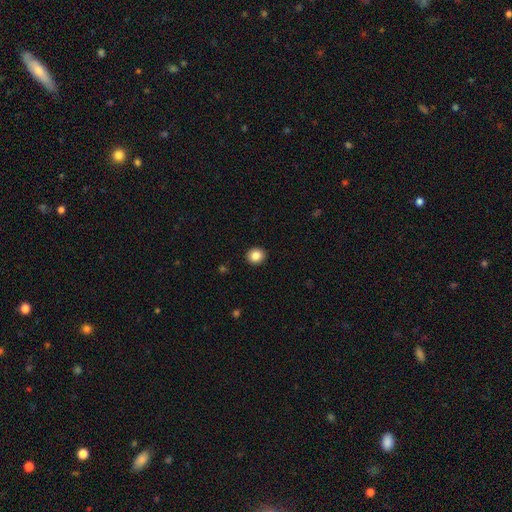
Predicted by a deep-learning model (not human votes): The model was most divided on "how rounded": round: 80%, in between: 19%, cigar-shaped: 1%. More confident: merging — none (92%); smooth or featured — smooth (86%).